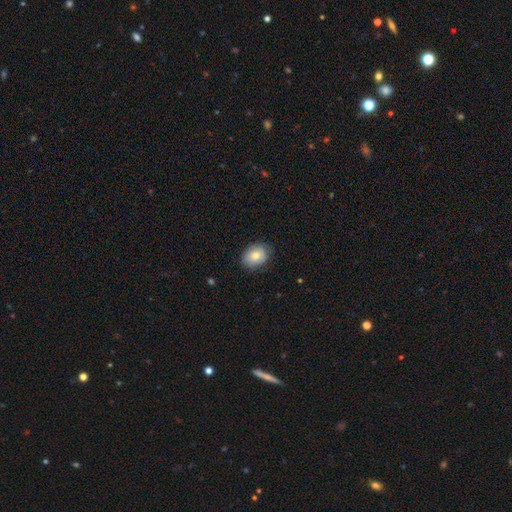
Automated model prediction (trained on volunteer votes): smooth-or-featured: smooth: 76% | featured or disk: 16% | star or artifact: 8%
  how-rounded: in between: 66% | round: 33% | cigar-shaped: 1%
  merging: none: 80% | minor disturbance: 16% | major disturbance: 3% | merger: 1%